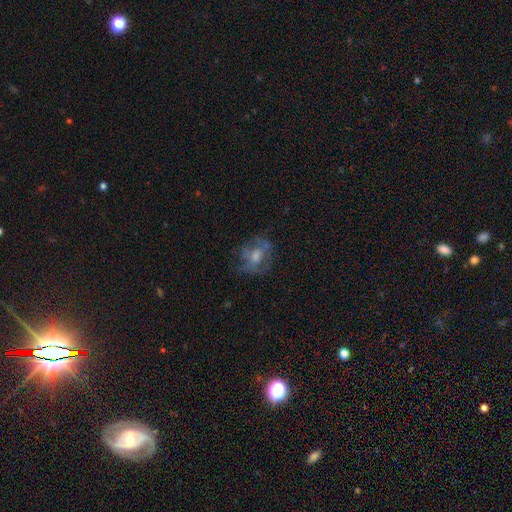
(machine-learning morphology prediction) type=featured or disk (52%); edge-on=no (96%); merging=none (60%).